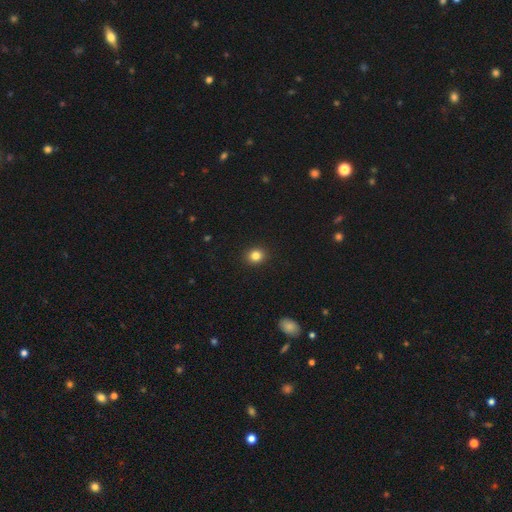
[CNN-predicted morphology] A smooth galaxy with no disk features (83%) that is round (74%).

Vote fractions:
- Smooth or featured? smooth: 83% / star or artifact: 11% / featured or disk: 5%
- How rounded? round: 74% / in between: 25% / cigar-shaped: 1%
- Merging? none: 92% / minor disturbance: 5% / major disturbance: 2% / merger: 1%